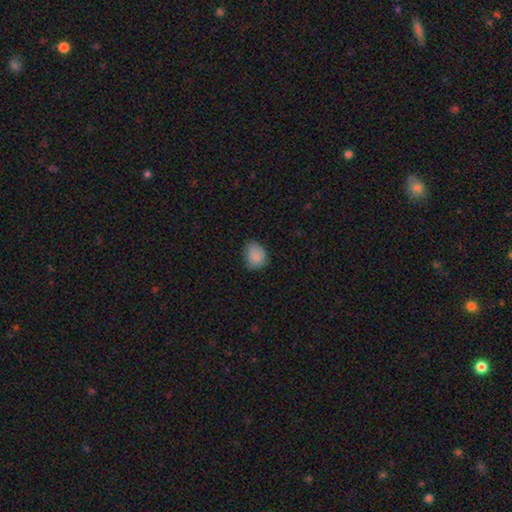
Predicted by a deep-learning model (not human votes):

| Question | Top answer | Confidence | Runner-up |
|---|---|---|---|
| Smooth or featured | smooth | 84% | star or artifact (10%) |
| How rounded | in between | 51% | round (48%) |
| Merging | none | 63% | minor disturbance (29%) |